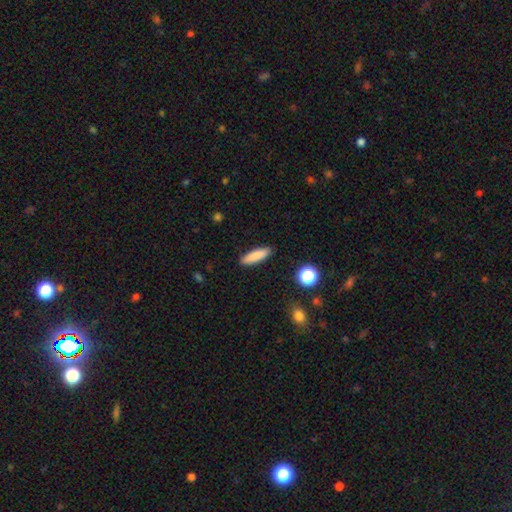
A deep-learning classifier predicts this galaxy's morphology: type=smooth (84%); roundness=cigar-shaped (67%); merging=none (89%).